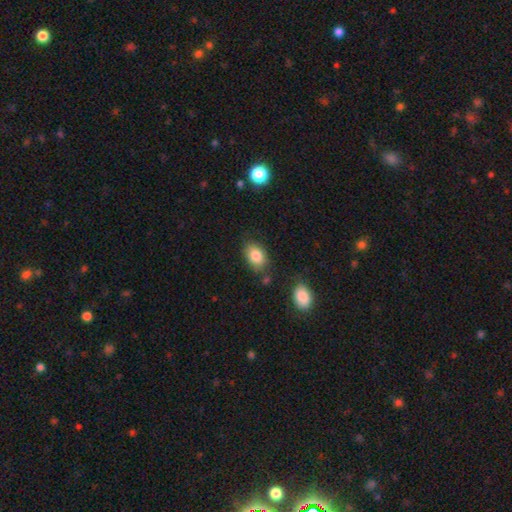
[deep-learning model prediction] The model was most divided on "merging": none: 75%, minor disturbance: 16%, merger: 5%, major disturbance: 4%. More confident: smooth or featured — smooth (84%); how rounded — in between (82%).